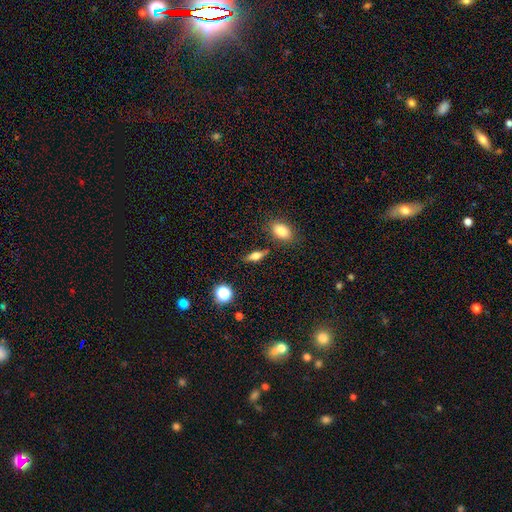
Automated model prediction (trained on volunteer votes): Smooth or featured? smooth (56%)
How rounded? in between (55%)
Merging? none (81%)